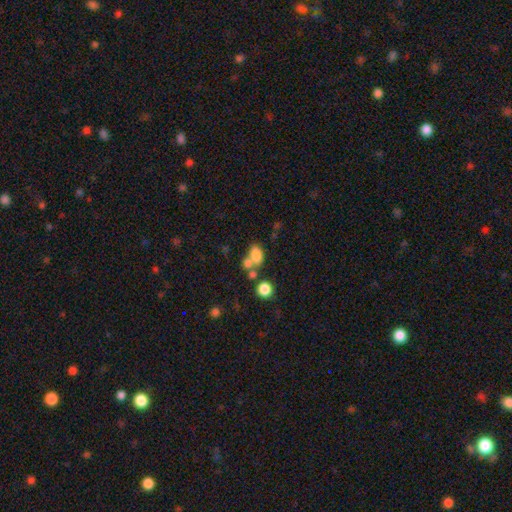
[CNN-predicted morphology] The model was most divided on "merging": merger: 43%, none: 38%, minor disturbance: 12%, major disturbance: 7%. More confident: how rounded — in between (79%); smooth or featured — smooth (76%).